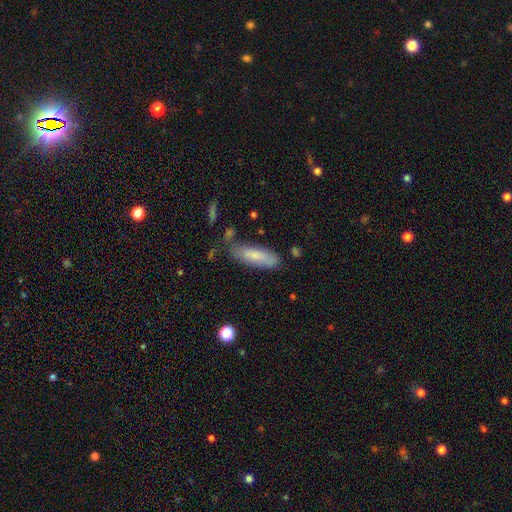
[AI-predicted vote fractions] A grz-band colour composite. It shows a smooth galaxy with no disk features (73%) that is in between round and cigar-shaped (53%). Merging: none (66%).